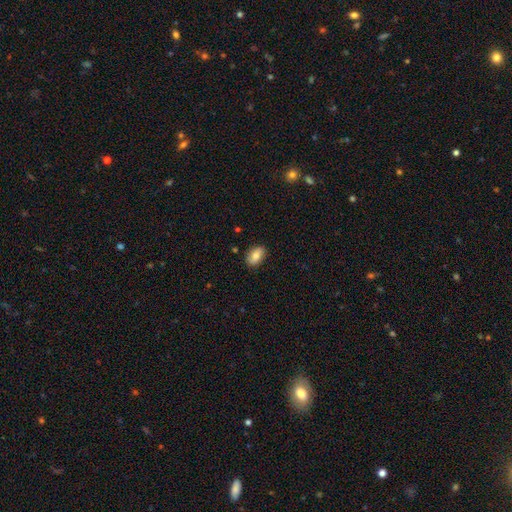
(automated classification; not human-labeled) This appears to be a smooth galaxy with no disk features (78%) that is in between round and cigar-shaped (88%). Merging: none (85%).